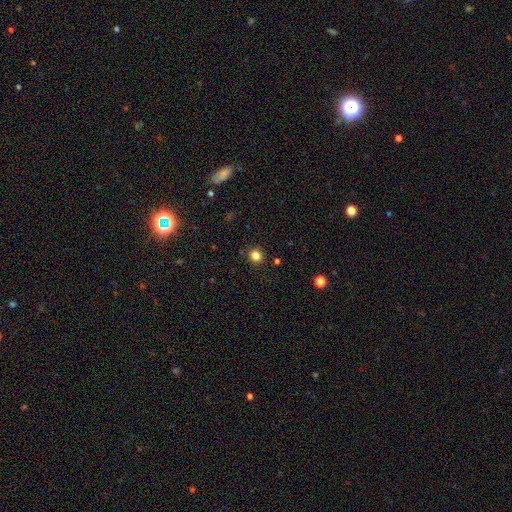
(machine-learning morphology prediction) This appears to be a smooth galaxy with no disk features (82%) that is round (88%). Merging: none (90%).